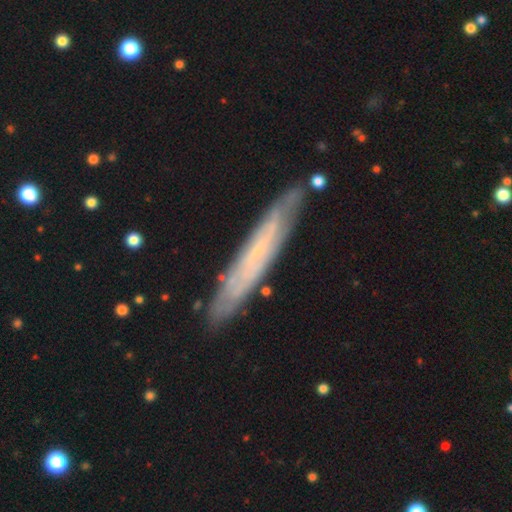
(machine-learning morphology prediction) type=featured or disk (63%); edge-on=yes (64%); merging=none (83%).